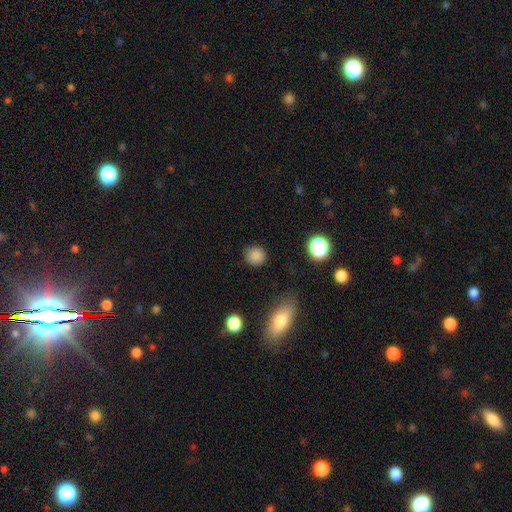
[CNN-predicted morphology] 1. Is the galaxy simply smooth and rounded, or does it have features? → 84% smooth, 12% star or artifact, 4% featured or disk.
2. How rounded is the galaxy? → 90% round, 9% in between, 1% cigar-shaped.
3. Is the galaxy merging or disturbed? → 88% none, 8% minor disturbance, 3% major disturbance, 2% merger.